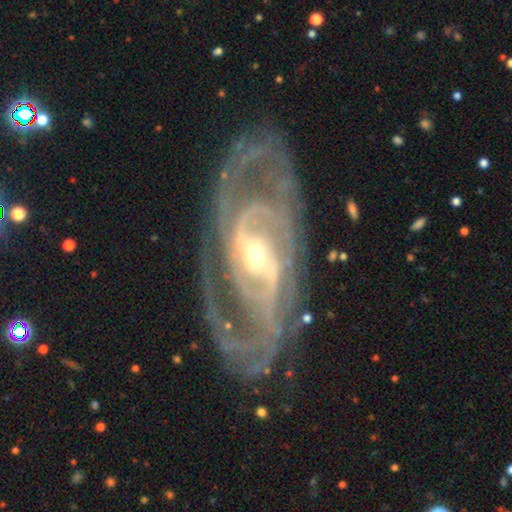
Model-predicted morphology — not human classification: The model was most divided on "bulge size": moderate: 49%, small: 46%, large: 3%, dominant: 1%, none: 1%. Remaining: edge-on disk — no (95%); spiral arms — yes (94%); smooth or featured — featured or disk (91%); merging — none (65%); spiral arm count — 2 (54%); spiral winding — tight (50%); bar — strong (42%).